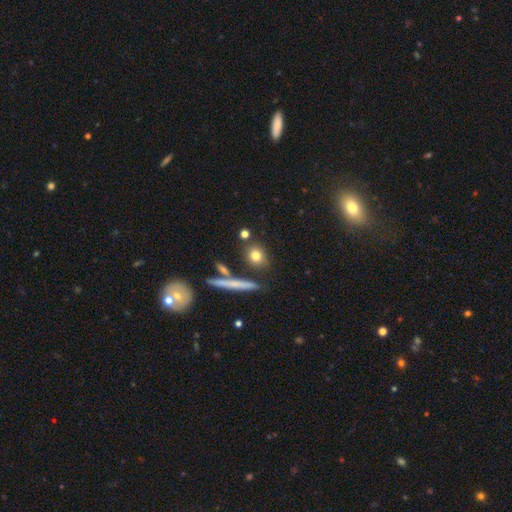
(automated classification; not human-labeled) This is likely a smooth galaxy (77%). How rounded: likely round (62%). Merging: likely none (77%).